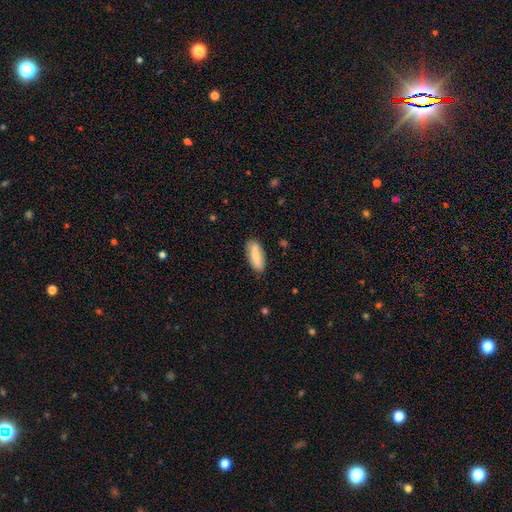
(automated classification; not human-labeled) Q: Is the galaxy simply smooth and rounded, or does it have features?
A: smooth — 77%.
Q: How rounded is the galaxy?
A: in between — 65%.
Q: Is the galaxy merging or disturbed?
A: none — 83%.